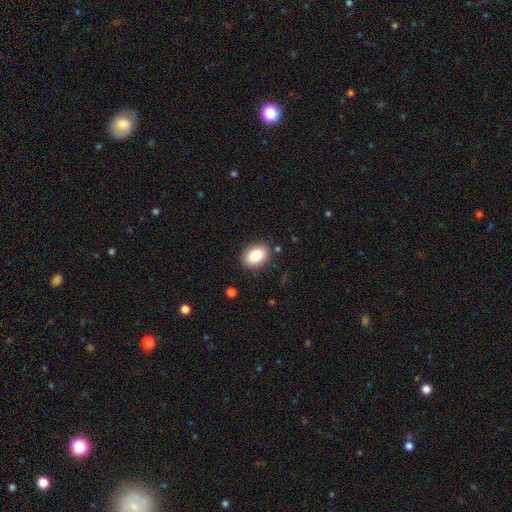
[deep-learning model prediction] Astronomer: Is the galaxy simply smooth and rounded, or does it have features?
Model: smooth — 86%.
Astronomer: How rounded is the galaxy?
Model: in between — 83%.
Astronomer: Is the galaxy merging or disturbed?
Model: none — 86%.